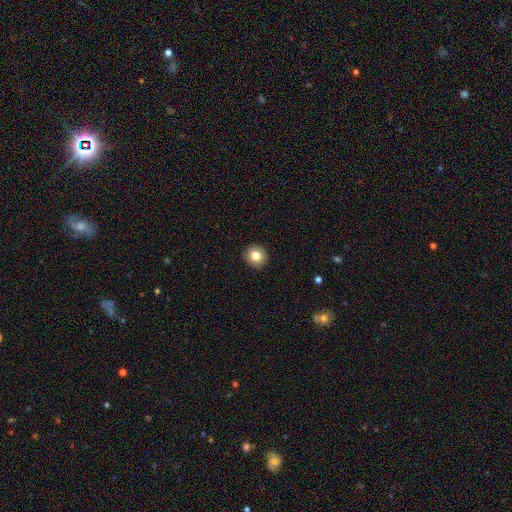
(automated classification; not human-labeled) Smooth or featured: smooth — 82% (star or artifact — 10%)
How rounded: round — 90% (in between — 9%)
Merging: none — 93% (minor disturbance — 5%)